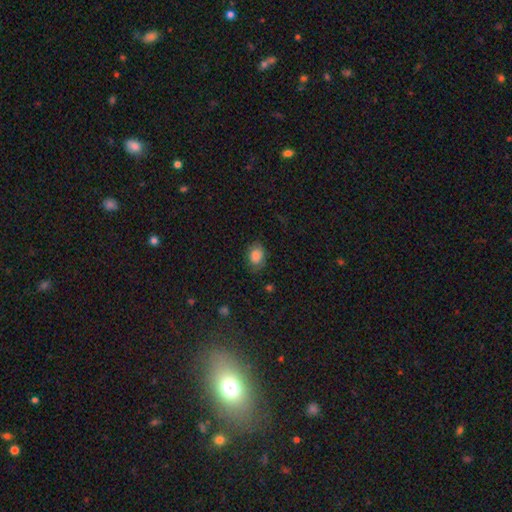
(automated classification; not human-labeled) Smooth or featured?
  - smooth: 80% *
  - featured or disk: 11%
  - star or artifact: 9%
How rounded?
  - in between: 70% *
  - round: 29%
  - cigar-shaped: 1%
Merging?
  - none: 73% *
  - minor disturbance: 20%
  - major disturbance: 6%
  - merger: 1%